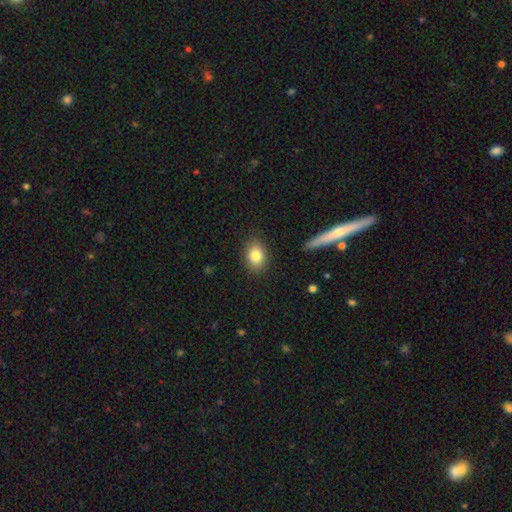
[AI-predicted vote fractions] Smooth or featured? smooth (84%)
How rounded? in between (65%)
Merging? none (86%)